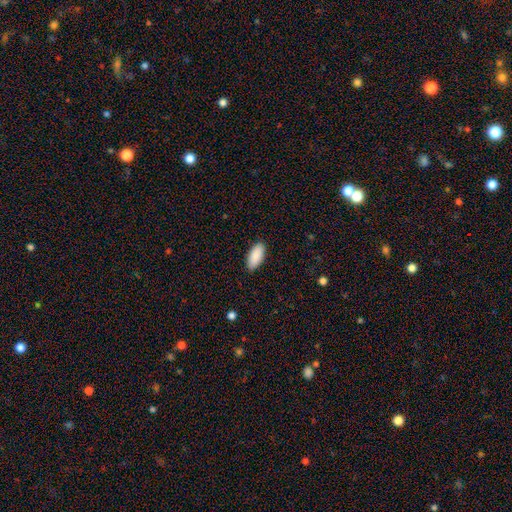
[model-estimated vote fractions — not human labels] Smooth or featured?
  - smooth: 90% *
  - star or artifact: 6%
  - featured or disk: 4%
How rounded?
  - in between: 90% *
  - cigar-shaped: 8%
  - round: 2%
Merging?
  - none: 89% *
  - minor disturbance: 8%
  - major disturbance: 2%
  - merger: 1%